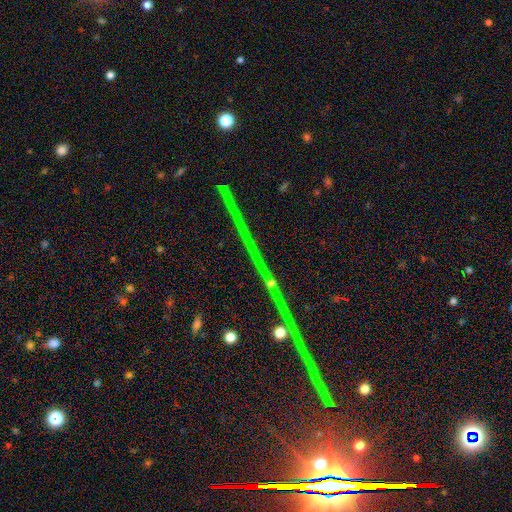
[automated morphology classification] Q: Smooth or featured?
A: star or artifact (79%); runner-up: featured or disk (14%)